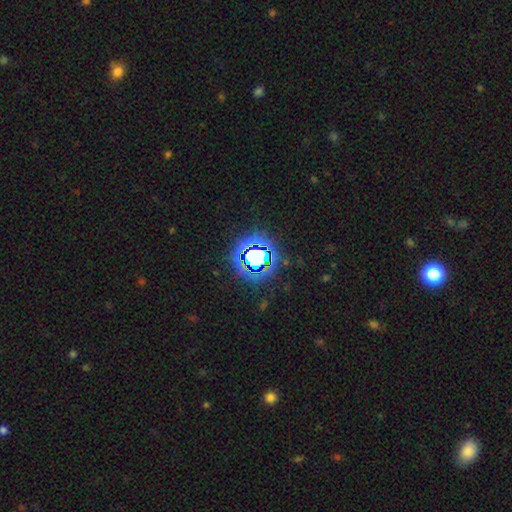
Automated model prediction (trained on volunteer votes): smooth_or_featured: star or artifact (p=0.68) [alt: smooth p=0.21]